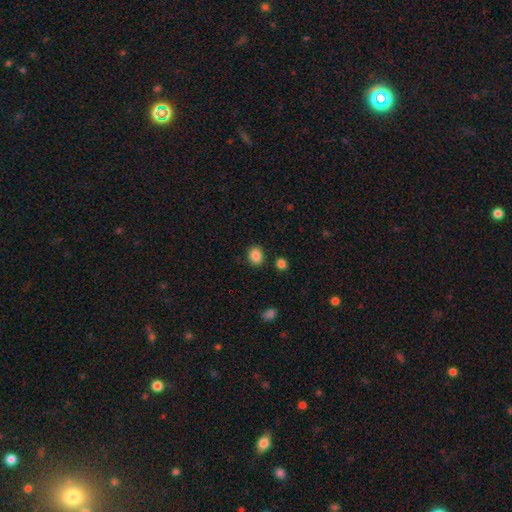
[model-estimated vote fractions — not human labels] smooth_or_featured: smooth (p=0.87) [alt: star or artifact p=0.09]
how_rounded: round (p=0.60) [alt: in between p=0.40]
merging: none (p=0.86) [alt: minor disturbance p=0.08]